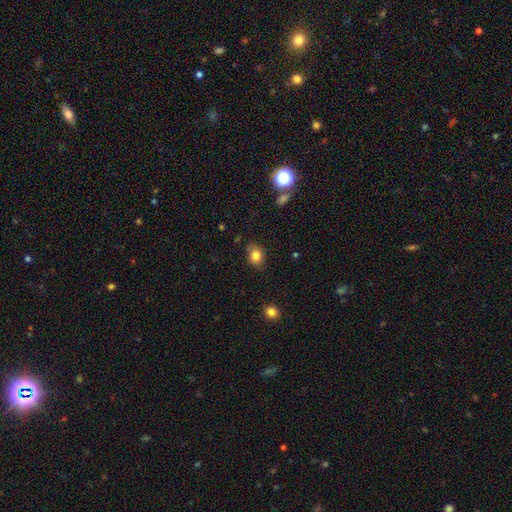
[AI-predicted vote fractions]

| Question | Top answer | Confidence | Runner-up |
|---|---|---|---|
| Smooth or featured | smooth | 82% | star or artifact (11%) |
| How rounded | in between | 57% | round (42%) |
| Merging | none | 79% | minor disturbance (16%) |